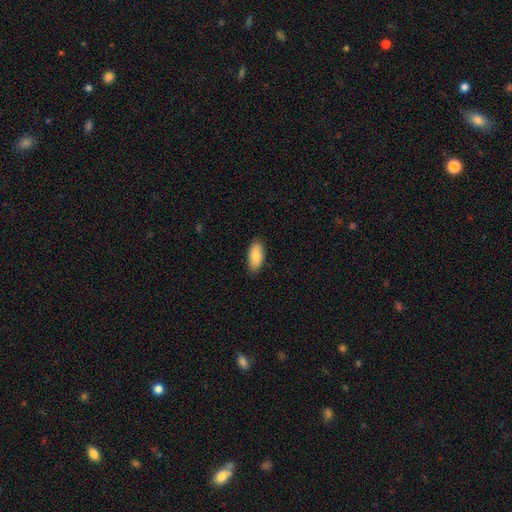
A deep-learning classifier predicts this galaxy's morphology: smooth 86%, featured or disk 8%, star or artifact 6%. Down the decision tree: how rounded — in between (88%); merging — none (88%).